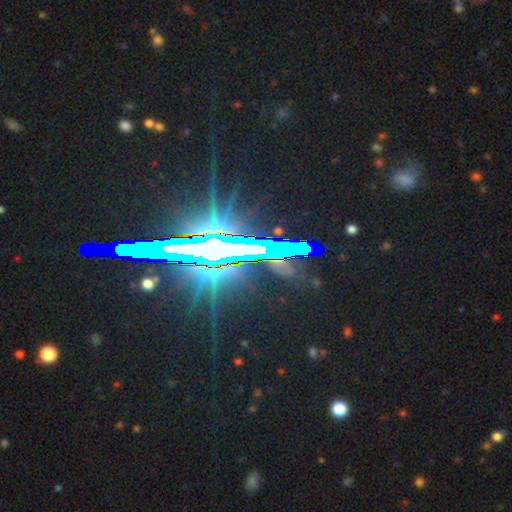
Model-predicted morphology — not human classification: smooth_or_featured: star or artifact (p=0.71) [alt: featured or disk p=0.20]